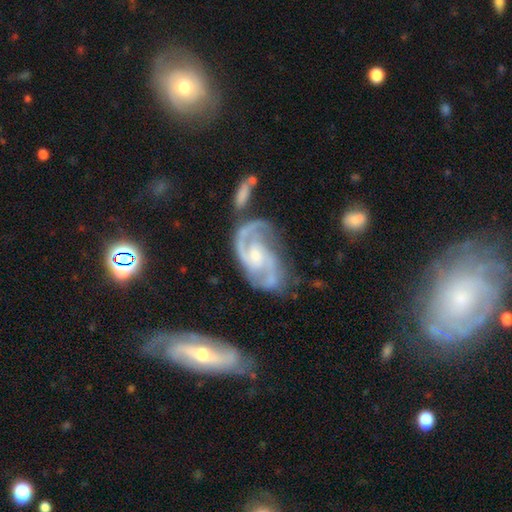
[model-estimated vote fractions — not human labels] This appears to be a featured or disk galaxy (91%) with no bar (48%), 2 (78%) medium (56%) spiral arms (97%) and a small central bulge (51%). Merging: none (54%).